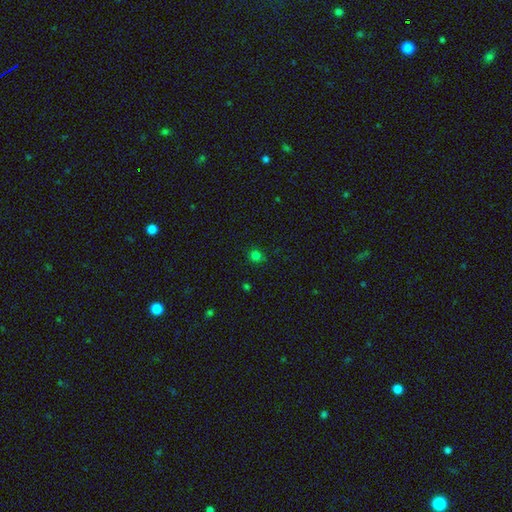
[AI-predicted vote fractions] Smooth or featured: smooth — 76% (star or artifact — 20%)
How rounded: round — 90% (in between — 9%)
Merging: none — 87% (minor disturbance — 8%)